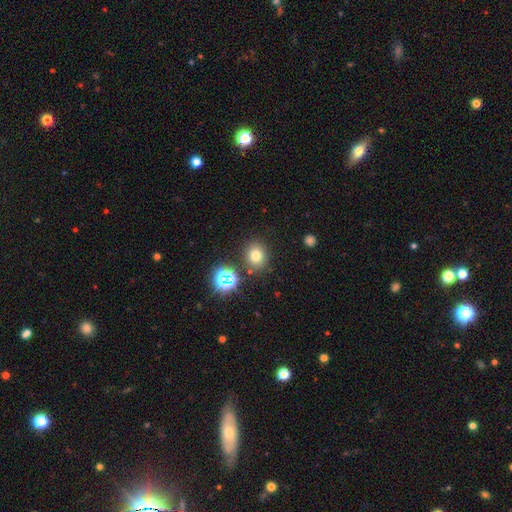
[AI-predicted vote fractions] Q: Smooth or featured?
A: smooth (70%); runner-up: star or artifact (21%)
Q: How rounded?
A: round (70%); runner-up: in between (29%)
Q: Merging?
A: none (82%); runner-up: minor disturbance (9%)